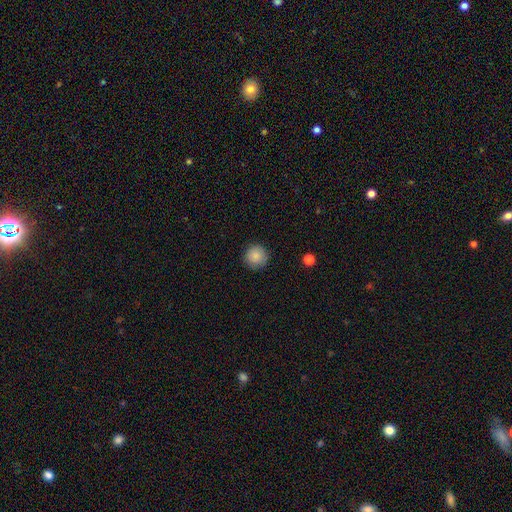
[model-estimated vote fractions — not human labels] A smooth galaxy with no disk features (85%) that is round (96%). Merging: none (90%).